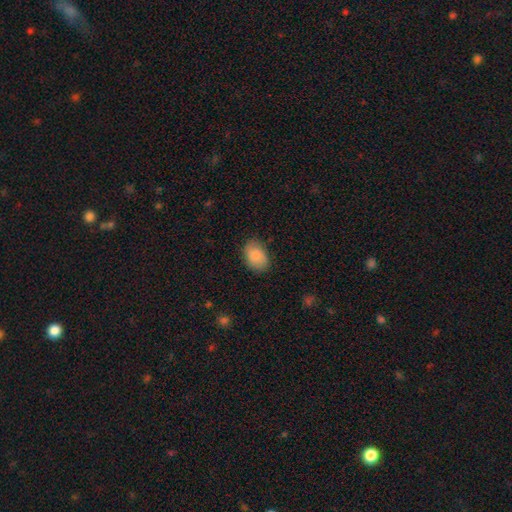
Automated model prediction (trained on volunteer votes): Smooth or featured: smooth — 84% (featured or disk — 9%)
How rounded: in between — 82% (round — 17%)
Merging: none — 81% (minor disturbance — 15%)